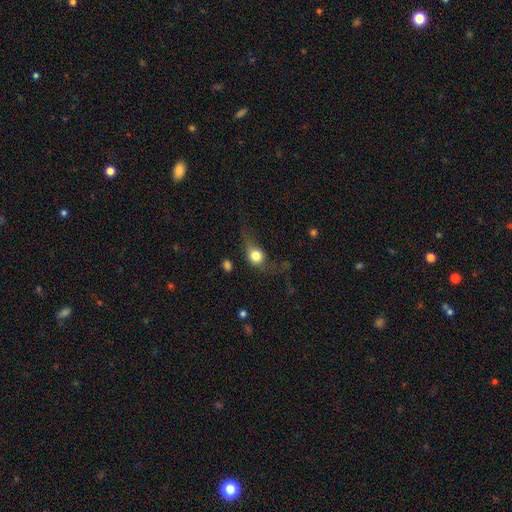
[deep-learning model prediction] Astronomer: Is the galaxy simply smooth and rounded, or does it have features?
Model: smooth — 66%.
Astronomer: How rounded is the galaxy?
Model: round — 67%.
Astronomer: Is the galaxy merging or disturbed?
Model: major disturbance — 38% (runner-up: none, 34%).